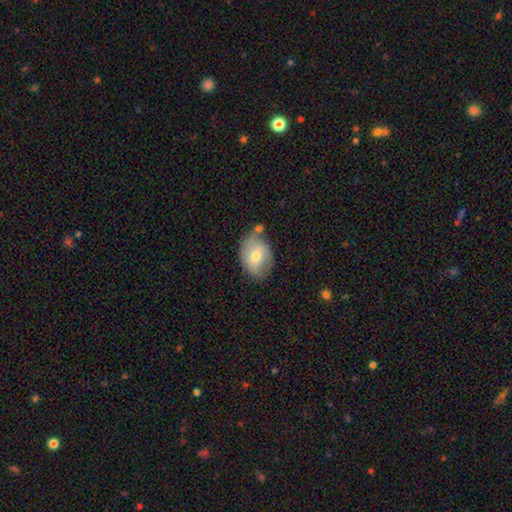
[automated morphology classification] A smooth galaxy with no disk features (63%) that is in between round and cigar-shaped (77%).

Vote fractions:
- Smooth or featured? smooth: 63% / featured or disk: 30% / star or artifact: 7%
- How rounded? in between: 77% / round: 22% / cigar-shaped: 1%
- Merging? none: 54% / minor disturbance: 26% / merger: 13% / major disturbance: 8%